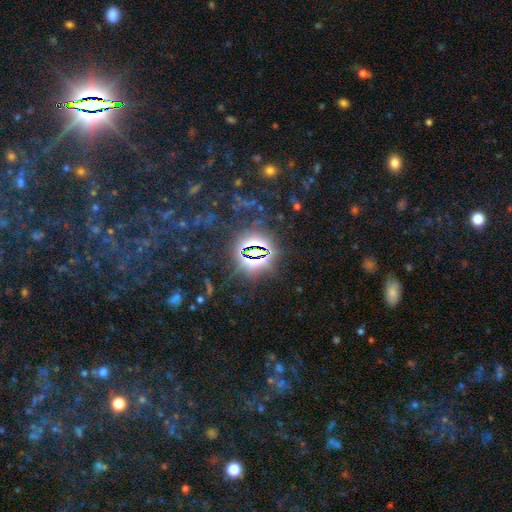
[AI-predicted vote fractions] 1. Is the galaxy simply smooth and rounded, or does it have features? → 81% star or artifact, 11% smooth, 8% featured or disk.